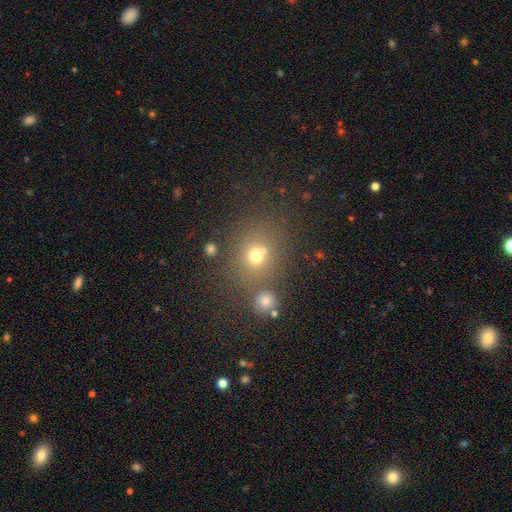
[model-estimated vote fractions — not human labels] Overall: smooth (69%). How rounded: round (76%). Merging: none (64%).